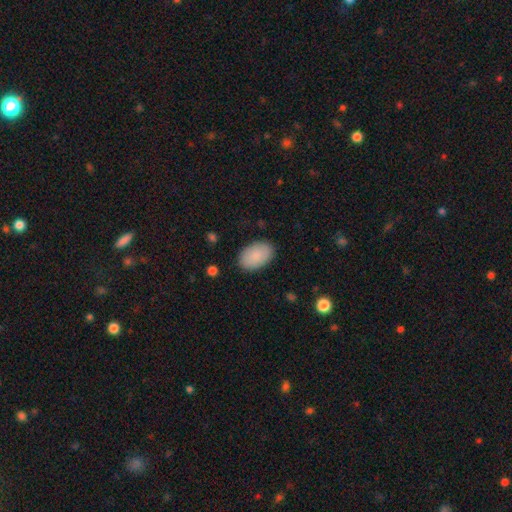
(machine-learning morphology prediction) This is clearly a smooth galaxy (87%). How rounded: clearly in between (92%). Merging: clearly none (87%).